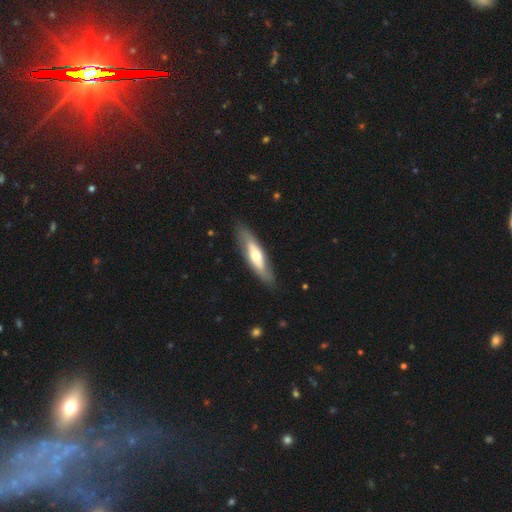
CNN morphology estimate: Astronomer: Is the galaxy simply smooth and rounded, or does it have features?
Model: featured or disk — 52% (runner-up: smooth, 44%).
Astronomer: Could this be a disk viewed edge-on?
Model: no — 53% (runner-up: yes, 47%).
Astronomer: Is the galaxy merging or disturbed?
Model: none — 82%.